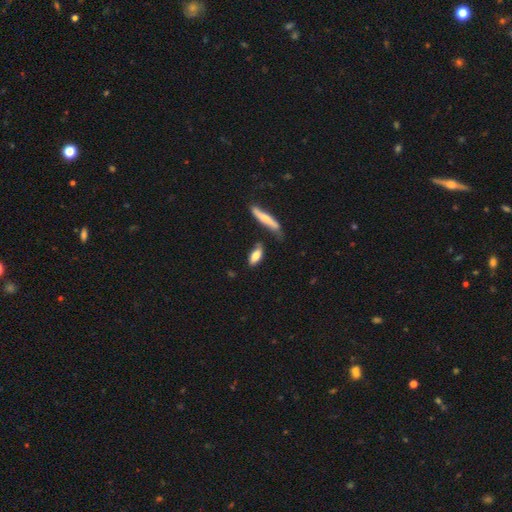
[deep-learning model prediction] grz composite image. It shows a smooth galaxy with no disk features (74%) that is in between round and cigar-shaped (69%). Merging: none (67%).